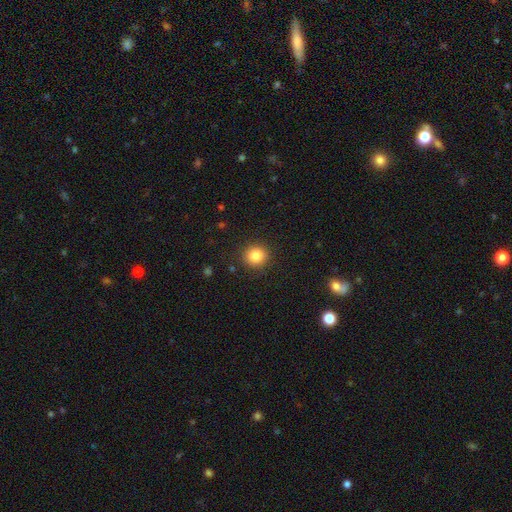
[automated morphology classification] smooth 83%, star or artifact 11%, featured or disk 6%. Down the decision tree: how rounded — round (89%); merging — none (90%).